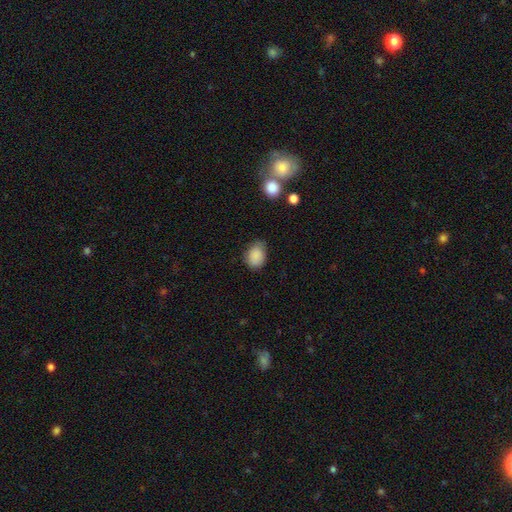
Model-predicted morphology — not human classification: Smooth or featured?
  - smooth: 87% *
  - star or artifact: 8%
  - featured or disk: 5%
How rounded?
  - in between: 65% *
  - round: 34%
  - cigar-shaped: 1%
Merging?
  - none: 62% *
  - minor disturbance: 30%
  - major disturbance: 6%
  - merger: 2%